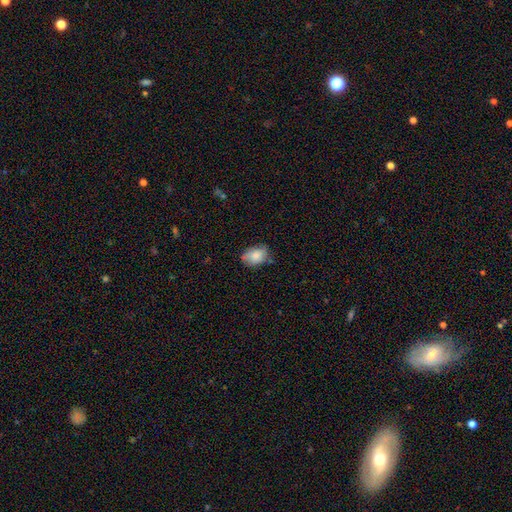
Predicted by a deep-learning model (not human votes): Smooth or featured? Predicted: smooth (p=0.81). How rounded? Predicted: in between (p=0.77). Merging? Predicted: none (p=0.66).